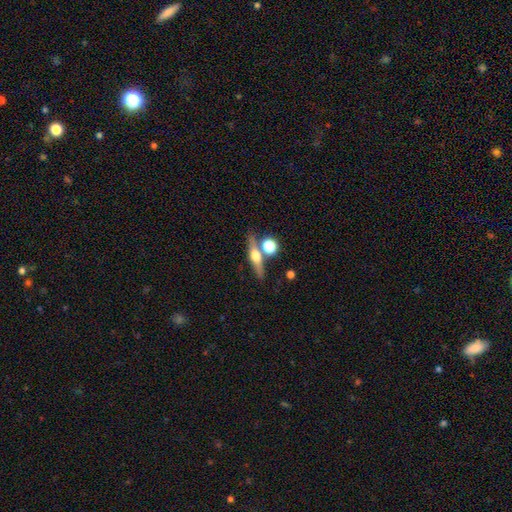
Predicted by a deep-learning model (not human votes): featured or disk 58%, smooth 33%, star or artifact 9%. Down the decision tree: edge-on disk — yes (91%); edge-on bulge — rounded (93%); merging — none (69%).